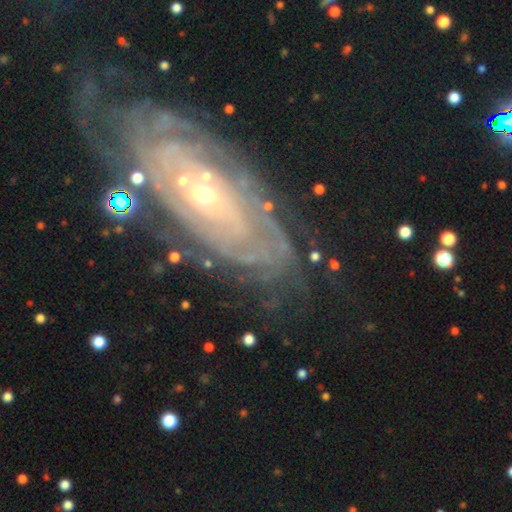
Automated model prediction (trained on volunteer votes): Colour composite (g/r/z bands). It shows a featured or disk galaxy (87%) with no bar (71%), tight (84%) spiral arms (95%) and a small central bulge (65%). Merging: none (76%).